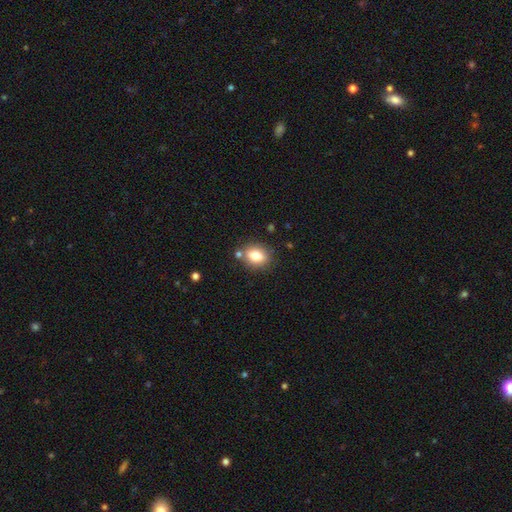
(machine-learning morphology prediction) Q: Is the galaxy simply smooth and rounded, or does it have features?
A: smooth — 79%.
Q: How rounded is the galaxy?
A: in between — 61%.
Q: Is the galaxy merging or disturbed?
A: none — 76%.